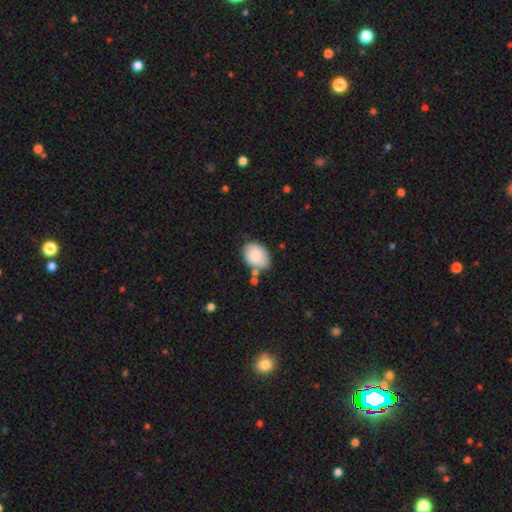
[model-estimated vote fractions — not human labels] A smooth galaxy with no disk features (84%) that is in between round and cigar-shaped (79%).

Vote fractions:
- Smooth or featured? smooth: 84% / featured or disk: 9% / star or artifact: 7%
- How rounded? in between: 79% / round: 20% / cigar-shaped: 1%
- Merging? none: 65% / minor disturbance: 22% / merger: 8% / major disturbance: 5%